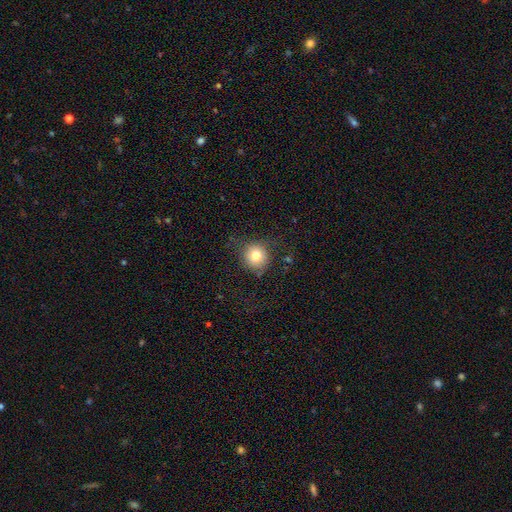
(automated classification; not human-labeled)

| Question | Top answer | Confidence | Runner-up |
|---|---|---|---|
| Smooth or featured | smooth | 76% | featured or disk (12%) |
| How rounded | round | 91% | in between (8%) |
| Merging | none | 74% | minor disturbance (16%) |